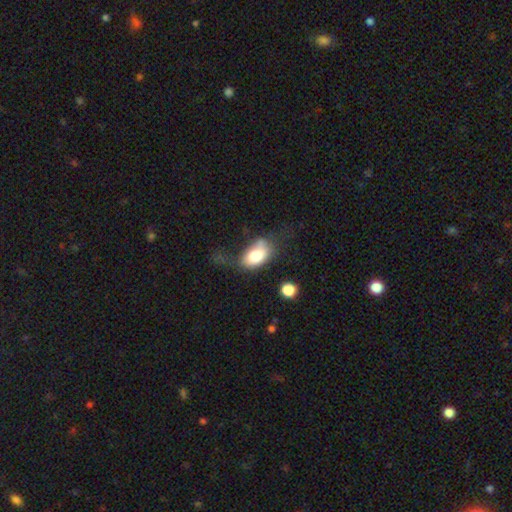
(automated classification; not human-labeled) Smooth or featured: smooth — 77% (featured or disk — 15%)
How rounded: in between — 90% (round — 8%)
Merging: none — 37% (minor disturbance — 29%)